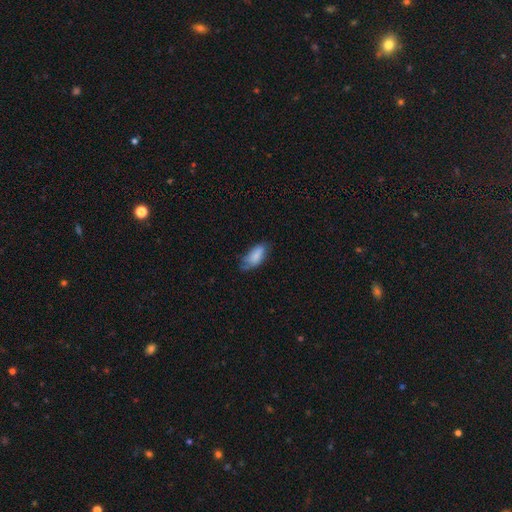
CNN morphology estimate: A smooth galaxy with no disk features (78%) that is in between round and cigar-shaped (87%). Merging: none (48%).